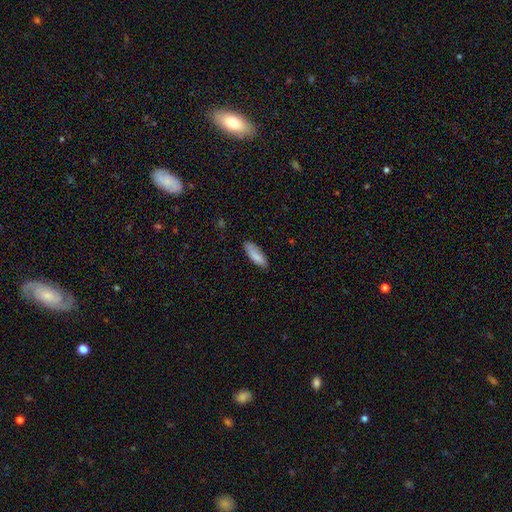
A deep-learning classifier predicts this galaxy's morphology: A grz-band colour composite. It shows a smooth galaxy with no disk features (84%) that is in between round and cigar-shaped (60%). Merging: none (77%).